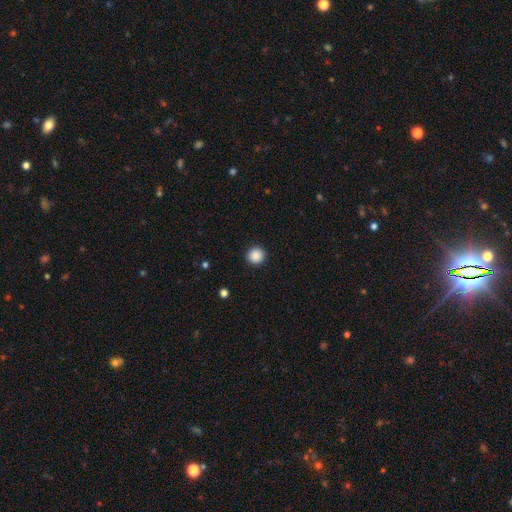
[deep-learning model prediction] Morphology: type=smooth (88%); roundness=round (95%); merging=none (93%).